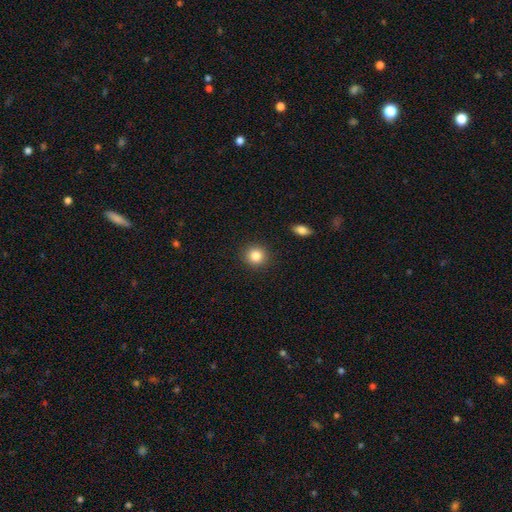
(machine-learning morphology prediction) smooth 85%, star or artifact 10%, featured or disk 6%. Down the decision tree: how rounded — round (89%); merging — none (90%).